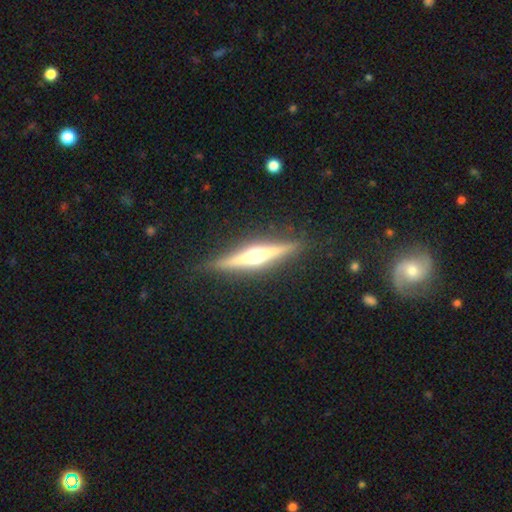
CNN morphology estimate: A featured or disk galaxy (77%) viewed edge-on (97%) with a rounded central bulge (94%).

Vote fractions:
- Smooth or featured? featured or disk: 77% / smooth: 16% / star or artifact: 7%
- Edge-on disk? yes: 97% / no: 3%
- Edge-on bulge? rounded: 94% / boxy: 4% / none: 2%
- Merging? none: 88% / minor disturbance: 8% / major disturbance: 2% / merger: 1%